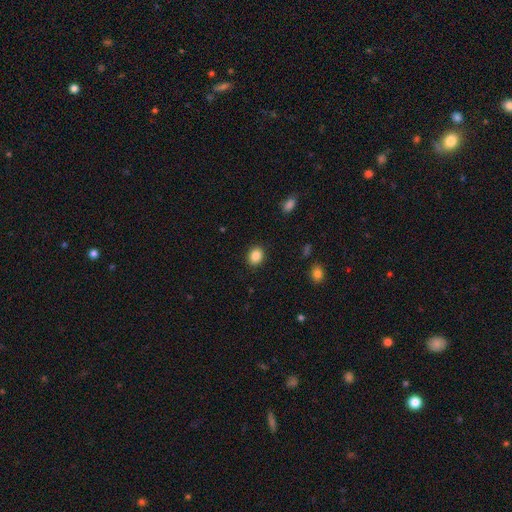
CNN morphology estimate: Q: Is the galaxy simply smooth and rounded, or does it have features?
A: smooth — 87%.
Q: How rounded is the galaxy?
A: round — 51%.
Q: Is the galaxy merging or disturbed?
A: none — 90%.